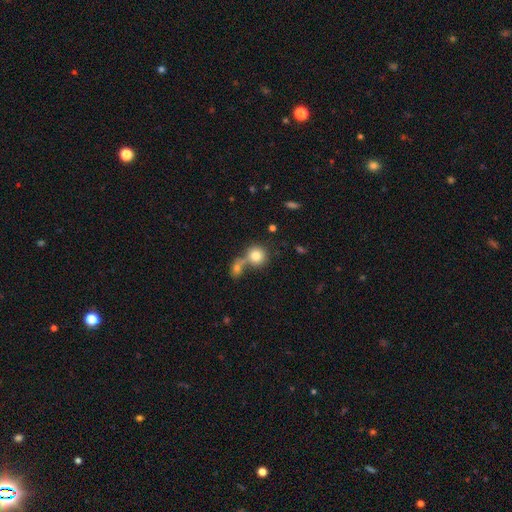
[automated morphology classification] A smooth galaxy with no disk features (78%) that is round (85%).

Vote fractions:
- Smooth or featured? smooth: 78% / featured or disk: 12% / star or artifact: 10%
- How rounded? round: 85% / in between: 14% / cigar-shaped: 1%
- Merging? merger: 47% / none: 40% / minor disturbance: 8% / major disturbance: 5%